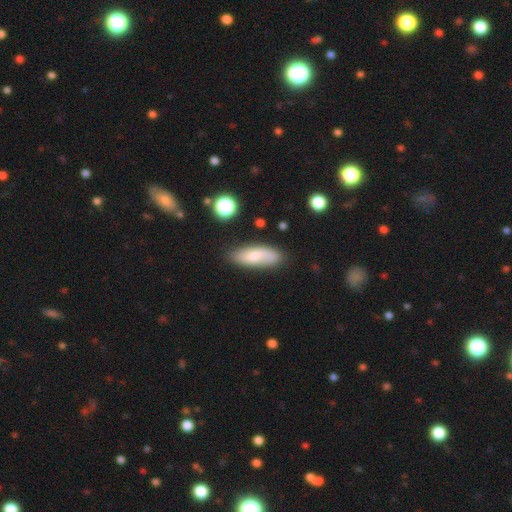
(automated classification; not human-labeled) This appears to be a smooth galaxy with no disk features (69%) that is in between round and cigar-shaped (69%). Merging: none (75%).